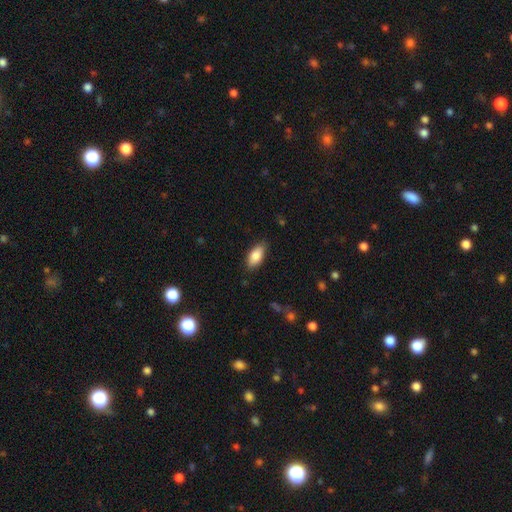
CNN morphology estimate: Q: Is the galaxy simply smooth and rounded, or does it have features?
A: smooth — 82%.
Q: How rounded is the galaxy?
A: in between — 89%.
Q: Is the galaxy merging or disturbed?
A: none — 84%.